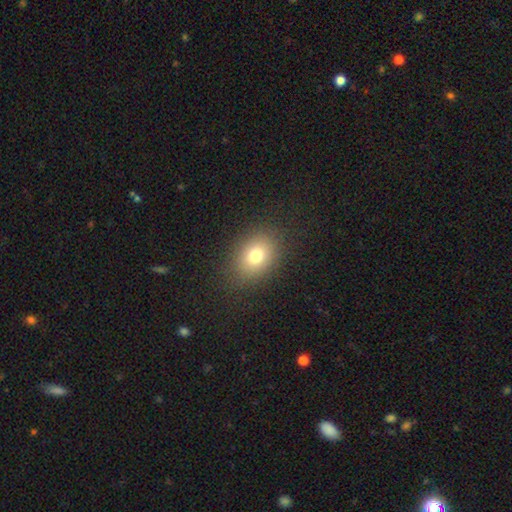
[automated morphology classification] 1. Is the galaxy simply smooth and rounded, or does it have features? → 76% smooth, 13% star or artifact, 11% featured or disk.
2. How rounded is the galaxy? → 66% in between, 33% round, 1% cigar-shaped.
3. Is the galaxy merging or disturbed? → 86% none, 9% minor disturbance, 4% major disturbance, 1% merger.